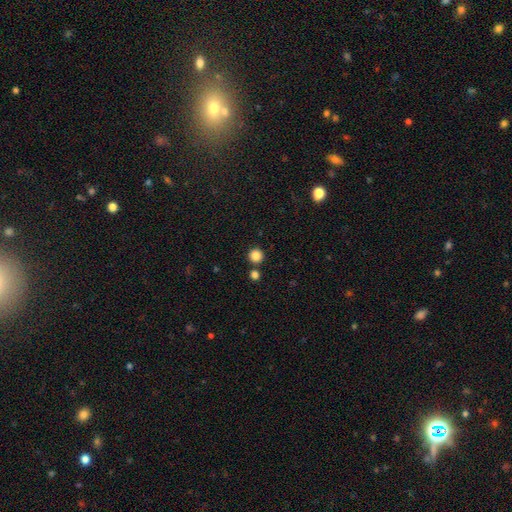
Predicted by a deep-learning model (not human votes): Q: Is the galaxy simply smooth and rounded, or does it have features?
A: smooth — 85%.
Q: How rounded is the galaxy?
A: round — 95%.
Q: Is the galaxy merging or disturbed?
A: none — 83%.